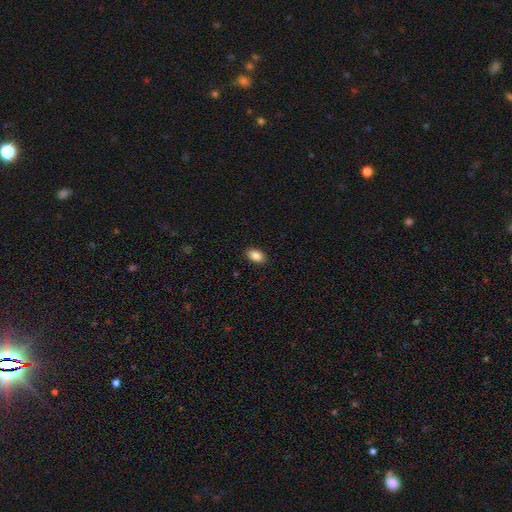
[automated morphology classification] type=smooth (89%); roundness=in between (91%); merging=none (89%).